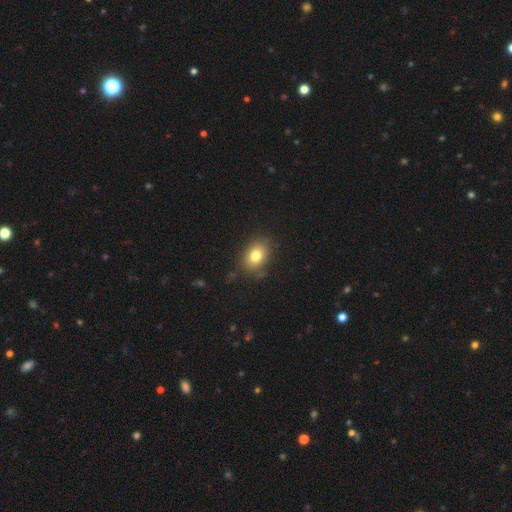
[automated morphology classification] The model was most divided on "how rounded": in between: 72%, round: 27%, cigar-shaped: 1%. More confident: merging — none (80%); smooth or featured — smooth (79%).